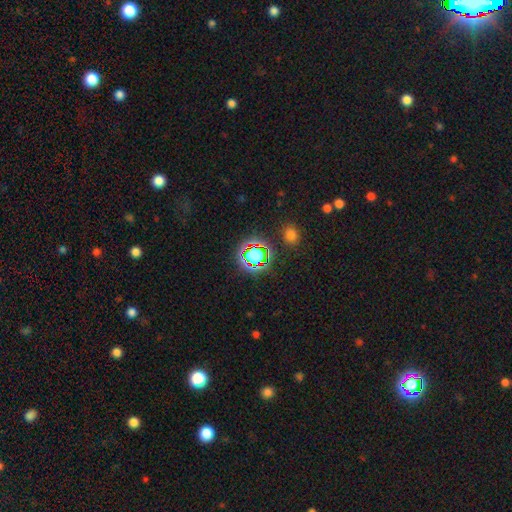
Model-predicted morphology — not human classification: Smooth or featured: star or artifact — 60% (smooth — 28%)